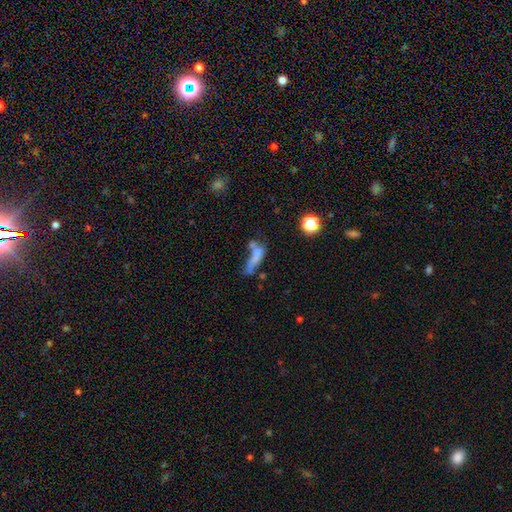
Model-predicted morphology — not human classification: The model was most divided on "merging": merger: 34%, none: 25%, major disturbance: 25%, minor disturbance: 16%. More confident: smooth or featured — smooth (58%); how rounded — cigar-shaped (52%).